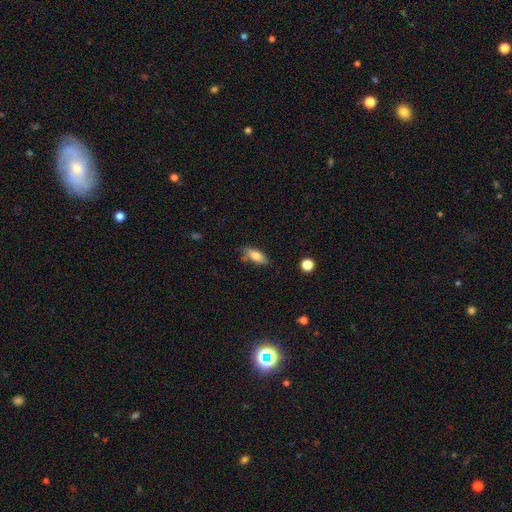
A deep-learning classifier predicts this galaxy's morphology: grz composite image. It shows a smooth galaxy with no disk features (81%) that is in between round and cigar-shaped (76%). Merging: none (70%).